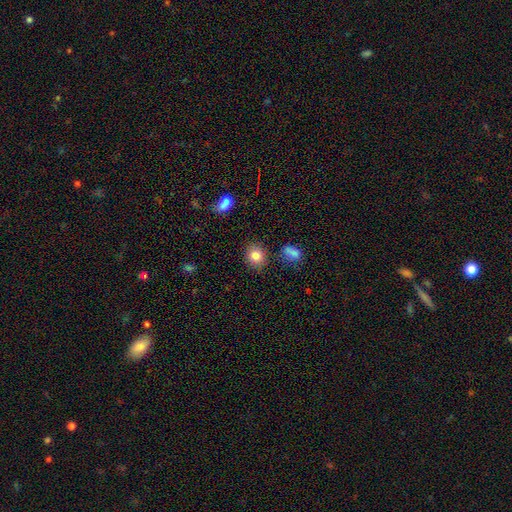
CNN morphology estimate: A smooth galaxy with no disk features (83%) that is round (74%).

Vote fractions:
- Smooth or featured? smooth: 83% / star or artifact: 10% / featured or disk: 7%
- How rounded? round: 74% / in between: 25% / cigar-shaped: 1%
- Merging? none: 85% / minor disturbance: 9% / merger: 3% / major disturbance: 3%